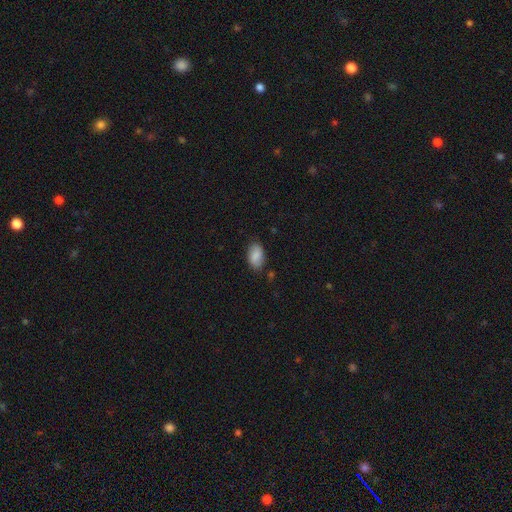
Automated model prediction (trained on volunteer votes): Smooth or featured? Predicted: smooth (p=0.85). How rounded? Predicted: in between (p=0.93). Merging? Predicted: none (p=0.80).